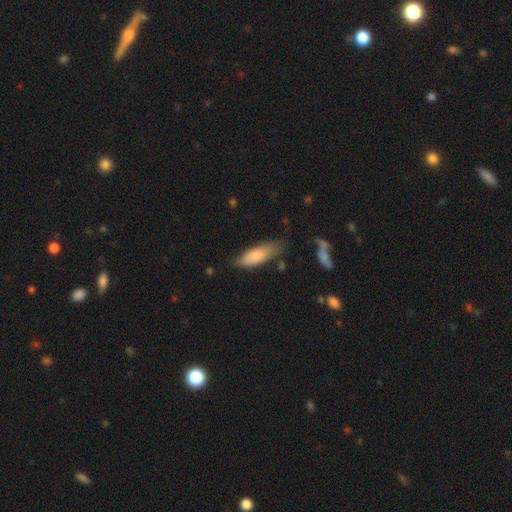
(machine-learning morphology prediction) A smooth galaxy with no disk features (79%) that is in between round and cigar-shaped (65%). Merging: none (65%).